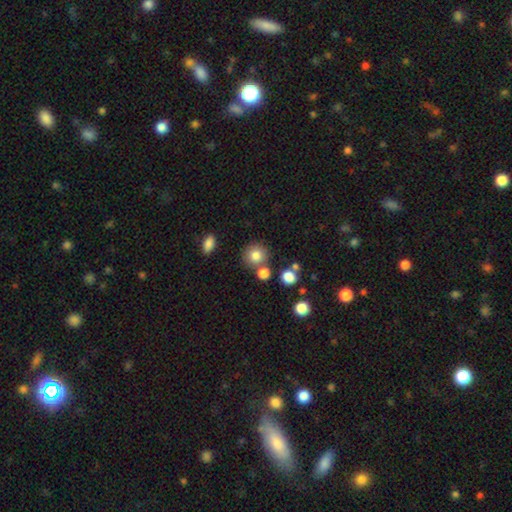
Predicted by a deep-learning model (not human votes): Smooth or featured? smooth (81%)
How rounded? round (89%)
Merging? none (73%)